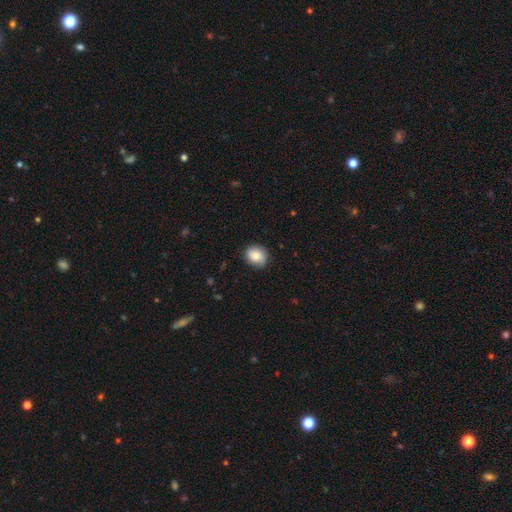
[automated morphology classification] A smooth galaxy with no disk features (79%) that is round (69%). Merging: none (82%).